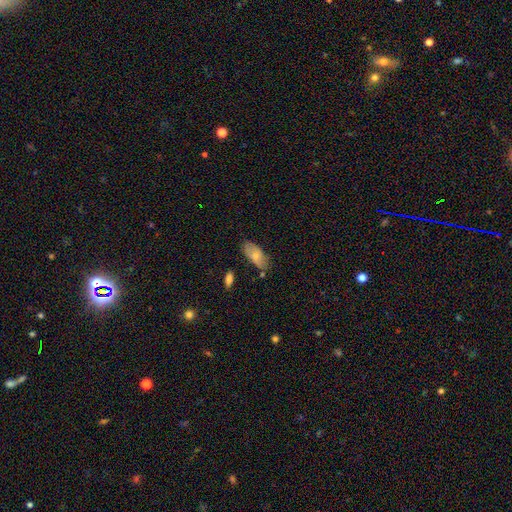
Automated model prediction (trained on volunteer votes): This is likely a smooth galaxy (70%). How rounded: clearly in between (90%). Merging: likely none (69%).